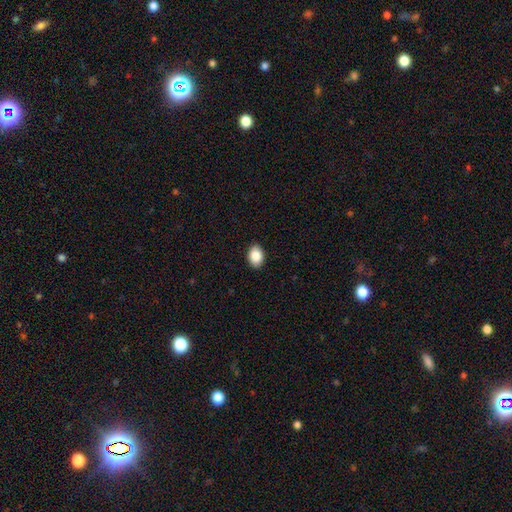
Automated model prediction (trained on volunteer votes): Smooth or featured?
  - smooth: 88% *
  - star or artifact: 7%
  - featured or disk: 5%
How rounded?
  - in between: 79% *
  - round: 20%
  - cigar-shaped: 1%
Merging?
  - none: 90% *
  - minor disturbance: 7%
  - major disturbance: 2%
  - merger: 1%